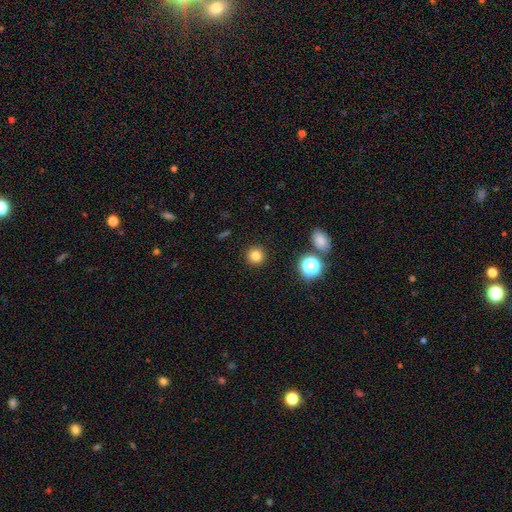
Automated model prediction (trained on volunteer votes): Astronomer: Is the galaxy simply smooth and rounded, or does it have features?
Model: smooth — 80%.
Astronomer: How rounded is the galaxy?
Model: round — 95%.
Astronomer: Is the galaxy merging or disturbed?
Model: none — 92%.